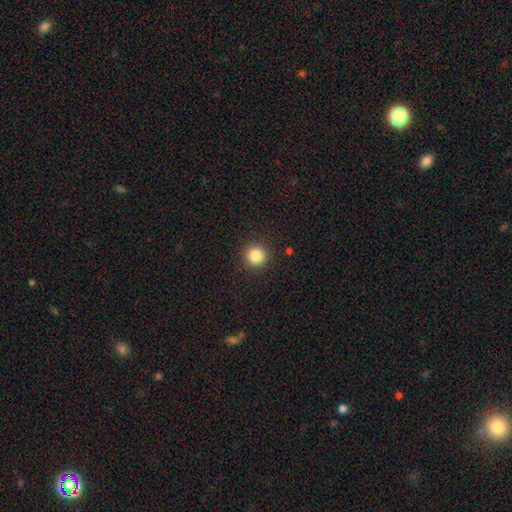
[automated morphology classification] type=smooth (85%); roundness=round (95%); merging=none (92%).